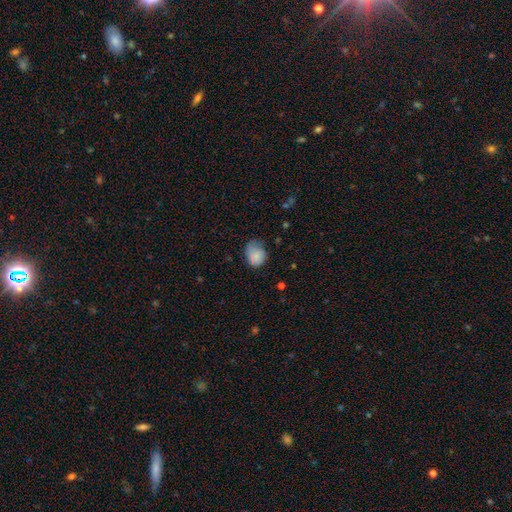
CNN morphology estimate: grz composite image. It shows a smooth galaxy with no disk features (77%) that is in between round and cigar-shaped (50%). Merging: none (42%).